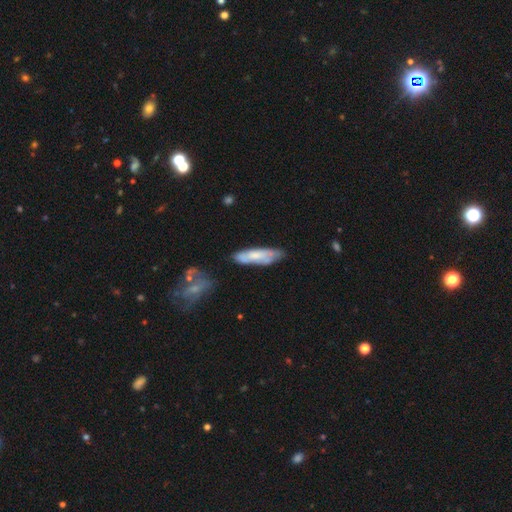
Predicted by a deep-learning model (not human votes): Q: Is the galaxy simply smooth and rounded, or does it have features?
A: smooth — 57%.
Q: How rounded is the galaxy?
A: cigar-shaped — 61%.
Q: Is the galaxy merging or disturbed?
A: none — 67%.